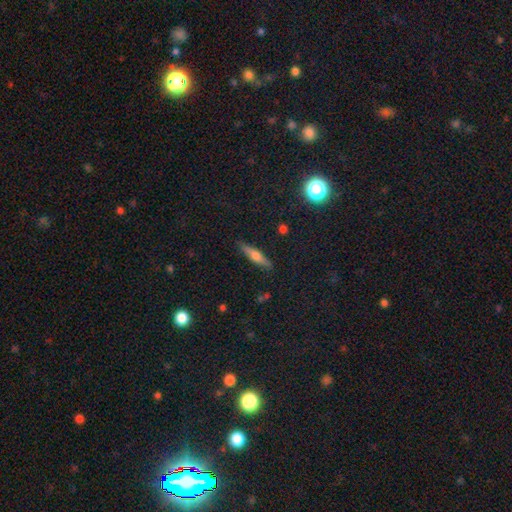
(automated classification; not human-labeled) smooth_or_featured: featured or disk (p=0.48) [alt: smooth p=0.44]
merging: none (p=0.89) [alt: minor disturbance p=0.08]